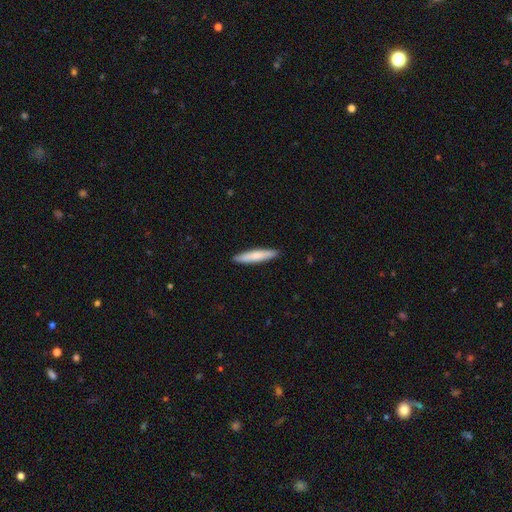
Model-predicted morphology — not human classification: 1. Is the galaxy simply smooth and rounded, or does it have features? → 75% smooth, 20% featured or disk, 5% star or artifact.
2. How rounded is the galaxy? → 89% cigar-shaped, 10% in between, 1% round.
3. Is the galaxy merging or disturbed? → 91% none, 7% minor disturbance, 1% major disturbance, 1% merger.